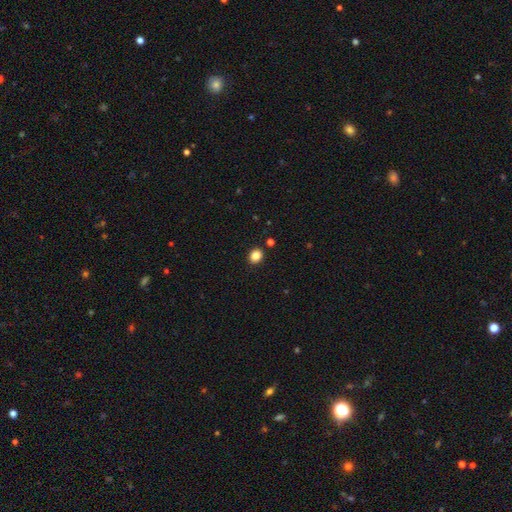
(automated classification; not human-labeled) A smooth galaxy with no disk features (85%) that is round (62%). Merging: none (89%).